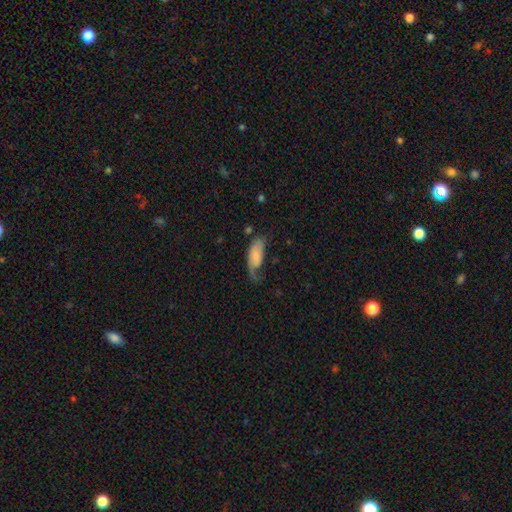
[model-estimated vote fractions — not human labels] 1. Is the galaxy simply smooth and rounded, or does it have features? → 69% smooth, 25% featured or disk, 6% star or artifact.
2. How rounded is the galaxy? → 86% in between, 12% cigar-shaped, 2% round.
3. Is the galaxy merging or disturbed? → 36% major disturbance, 31% minor disturbance, 29% none, 4% merger.